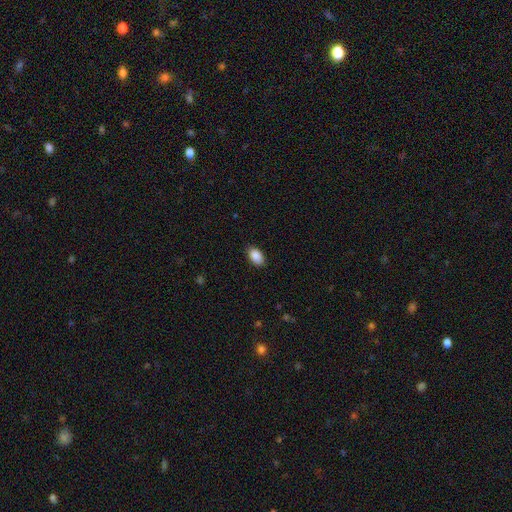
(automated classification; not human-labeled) Smooth or featured?
  - smooth: 89% *
  - star or artifact: 7%
  - featured or disk: 4%
How rounded?
  - in between: 92% *
  - round: 6%
  - cigar-shaped: 1%
Merging?
  - none: 87% *
  - minor disturbance: 10%
  - major disturbance: 2%
  - merger: 1%